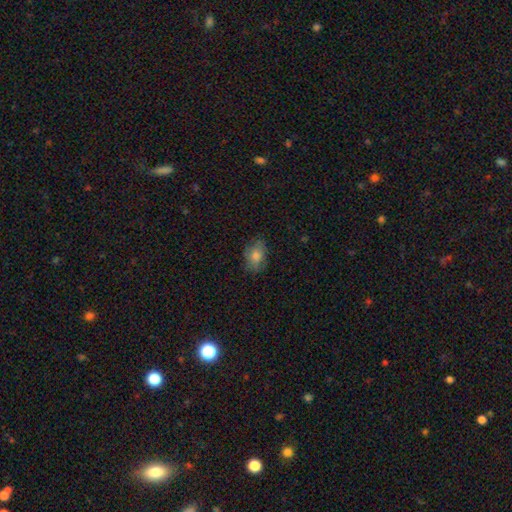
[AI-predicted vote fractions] This appears to be a smooth galaxy with no disk features (74%) that is in between round and cigar-shaped (76%). Merging: none (76%).